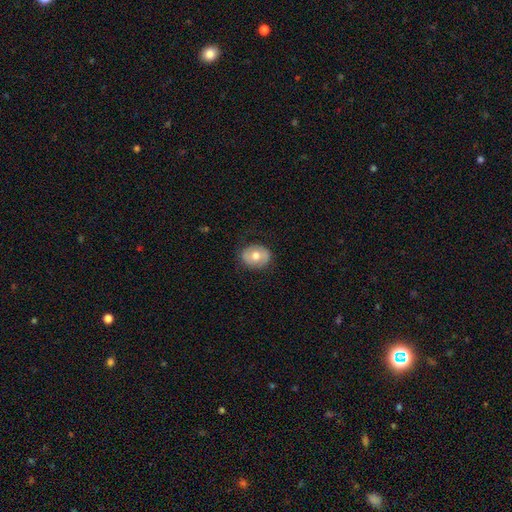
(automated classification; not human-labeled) smooth-or-featured: smooth: 58% | featured or disk: 35% | star or artifact: 7%
  how-rounded: round: 57% | in between: 42% | cigar-shaped: 1%
  merging: none: 82% | minor disturbance: 13% | major disturbance: 4% | merger: 1%